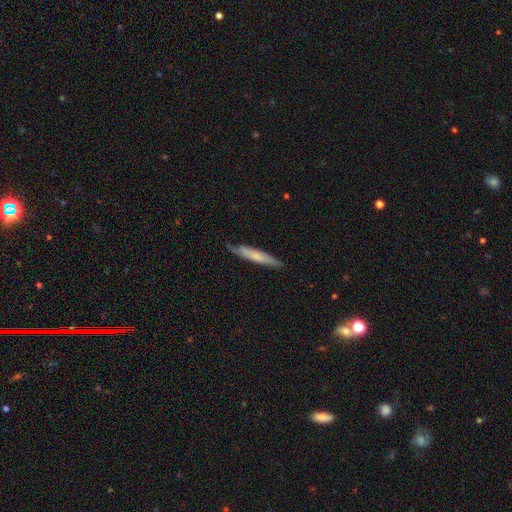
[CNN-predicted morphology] Smooth or featured? Predicted: smooth (p=0.56). How rounded? Predicted: cigar-shaped (p=0.90). Merging? Predicted: none (p=0.72).